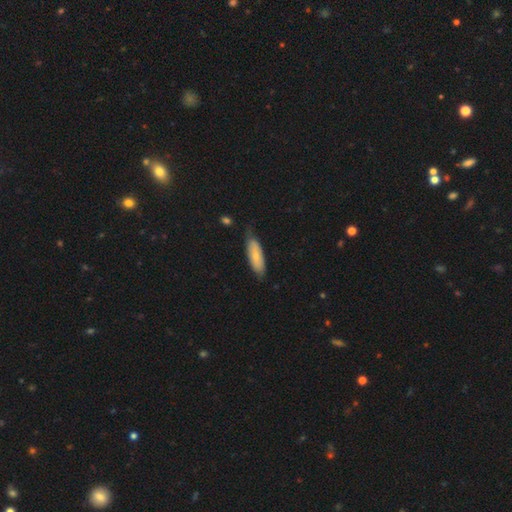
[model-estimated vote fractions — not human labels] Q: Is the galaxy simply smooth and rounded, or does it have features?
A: smooth — 68%.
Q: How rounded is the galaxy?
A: in between — 61%.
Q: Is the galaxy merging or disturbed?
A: none — 67%.